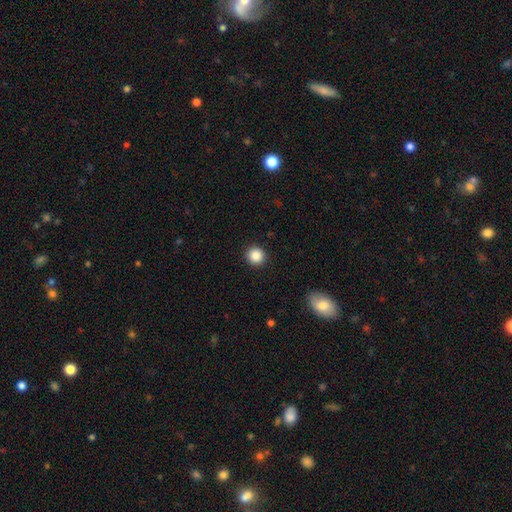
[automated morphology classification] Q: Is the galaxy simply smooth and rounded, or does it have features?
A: smooth — 87%.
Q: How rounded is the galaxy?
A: round — 93%.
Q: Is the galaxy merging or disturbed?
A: none — 92%.